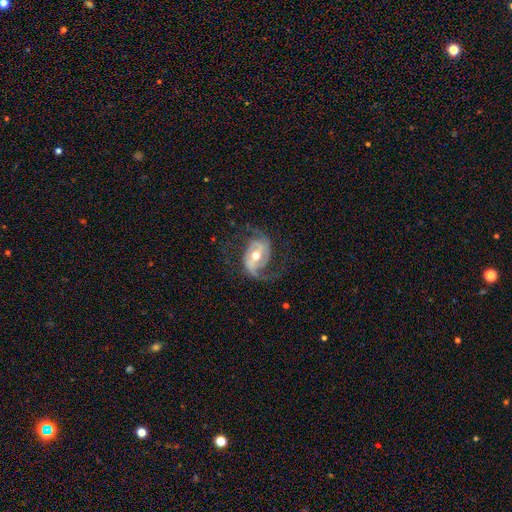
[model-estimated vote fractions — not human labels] smooth_or_featured: featured or disk (p=0.89) [alt: smooth p=0.06]
disk_edge_on: no (p=0.97) [alt: yes p=0.03]
bar: weak (p=0.41) [alt: strong p=0.33]
has_spiral_arms: yes (p=0.97) [alt: no p=0.03]
spiral_winding: medium (p=0.47) [alt: loose p=0.38]
spiral_arm_count: 2 (p=0.85) [alt: 3 p=0.05]
bulge_size: moderate (p=0.73) [alt: small p=0.21]
merging: none (p=0.70) [alt: minor disturbance p=0.15]